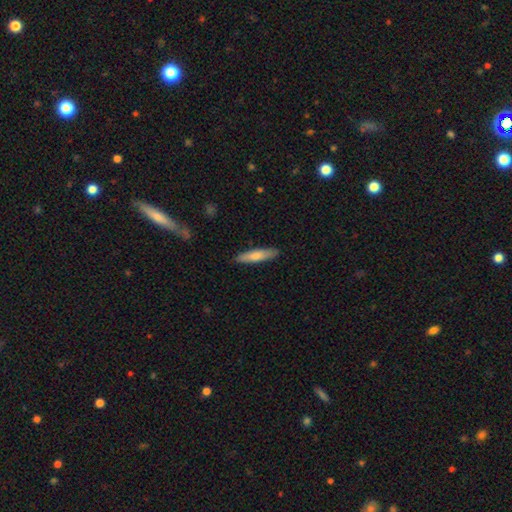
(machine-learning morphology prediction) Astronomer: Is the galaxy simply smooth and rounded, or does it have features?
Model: smooth — 73%.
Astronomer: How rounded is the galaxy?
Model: cigar-shaped — 81%.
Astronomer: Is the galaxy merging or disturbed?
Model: none — 88%.